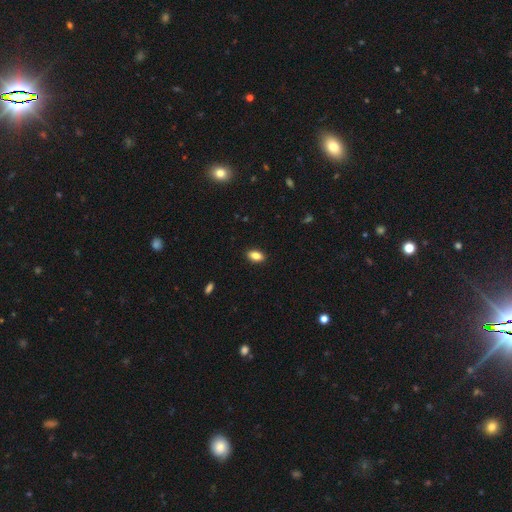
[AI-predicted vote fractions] The model was most divided on "smooth or featured": smooth: 85%, star or artifact: 8%, featured or disk: 6%. More confident: how rounded — in between (90%); merging — none (89%).